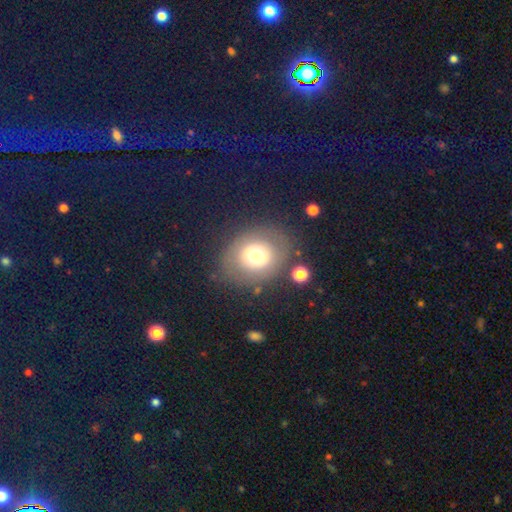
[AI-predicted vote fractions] A smooth galaxy with no disk features (61%) that is round (61%).

Vote fractions:
- Smooth or featured? smooth: 61% / featured or disk: 28% / star or artifact: 12%
- How rounded? round: 61% / in between: 38% / cigar-shaped: 1%
- Merging? none: 74% / minor disturbance: 14% / major disturbance: 8% / merger: 3%